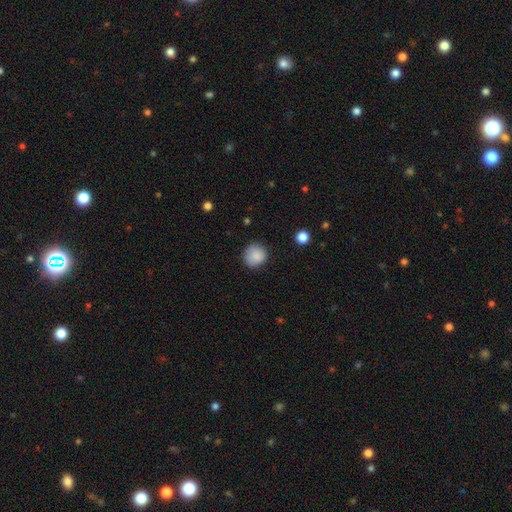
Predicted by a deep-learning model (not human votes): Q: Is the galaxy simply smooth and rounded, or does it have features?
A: smooth — 87%.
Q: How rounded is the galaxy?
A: round — 89%.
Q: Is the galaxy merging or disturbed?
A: none — 83%.